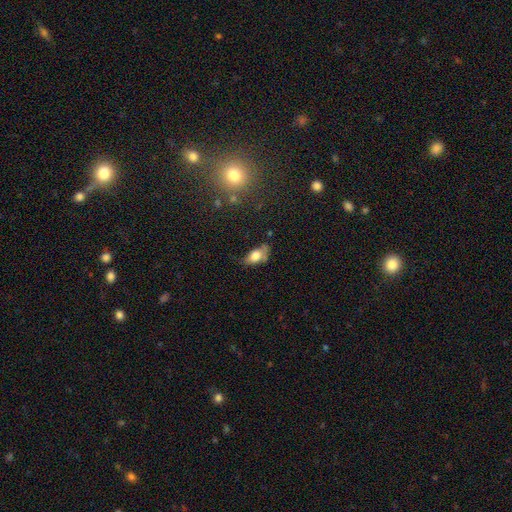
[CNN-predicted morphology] Smooth or featured: smooth — 70% (featured or disk — 21%)
How rounded: in between — 87% (round — 8%)
Merging: minor disturbance — 37% (none — 35%)